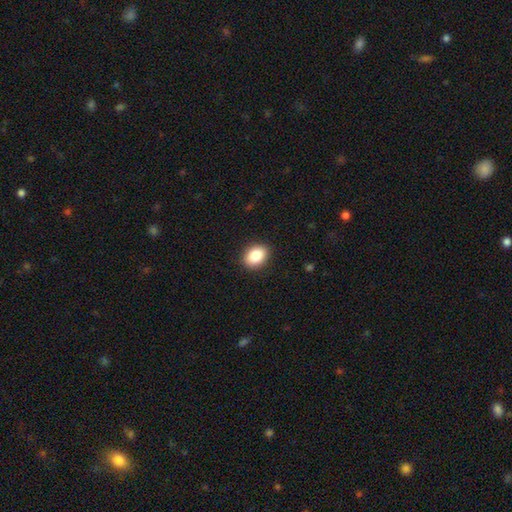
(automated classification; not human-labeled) smooth-or-featured: smooth: 87% | star or artifact: 8% | featured or disk: 5%
  how-rounded: in between: 71% | round: 28% | cigar-shaped: 1%
  merging: none: 90% | minor disturbance: 7% | major disturbance: 2% | merger: 1%